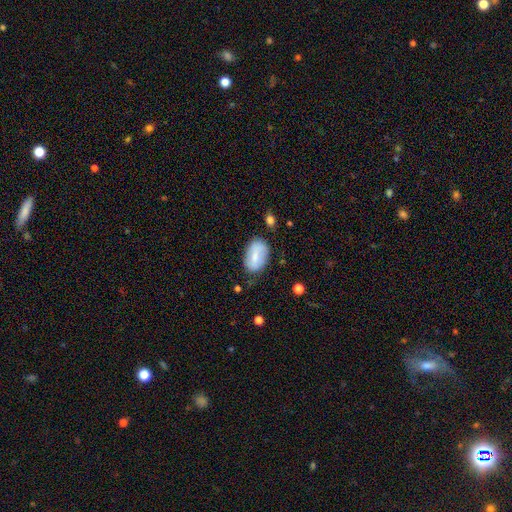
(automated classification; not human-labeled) This appears to be a smooth galaxy with no disk features (64%) that is in between round and cigar-shaped (89%). Merging: none (73%).